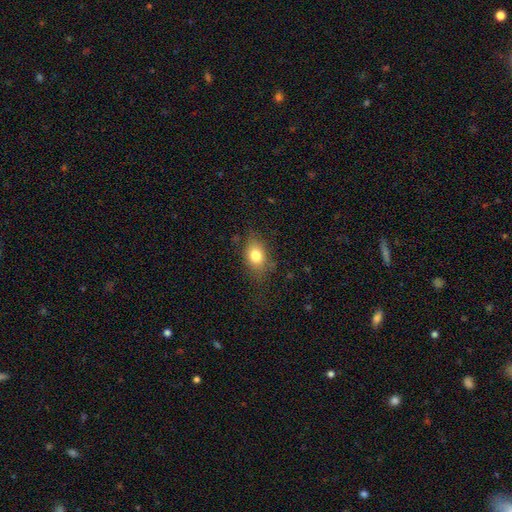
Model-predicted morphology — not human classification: The model was most divided on "how rounded": in between: 73%, round: 25%, cigar-shaped: 2%. More confident: smooth or featured — smooth (79%); merging — none (70%).